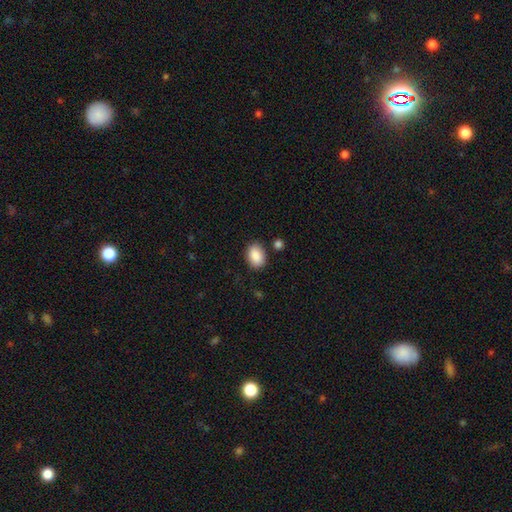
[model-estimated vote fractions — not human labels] Smooth or featured?
  - smooth: 89% *
  - star or artifact: 7%
  - featured or disk: 4%
How rounded?
  - in between: 75% *
  - round: 24%
  - cigar-shaped: 1%
Merging?
  - none: 82% *
  - minor disturbance: 12%
  - merger: 4%
  - major disturbance: 3%